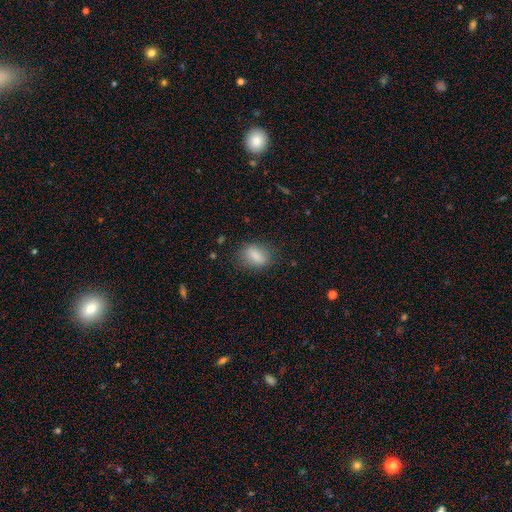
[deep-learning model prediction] Smooth or featured? smooth (82%)
How rounded? in between (78%)
Merging? none (76%)